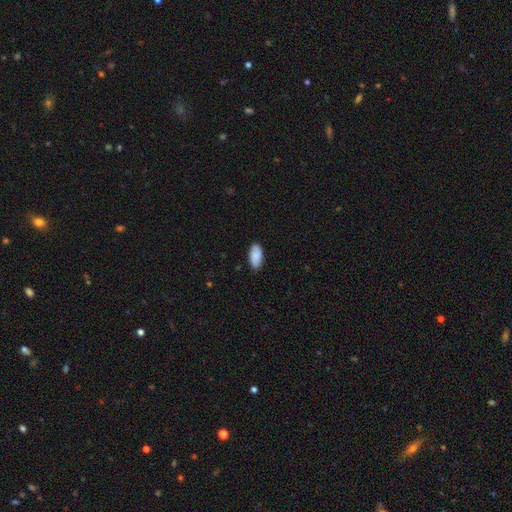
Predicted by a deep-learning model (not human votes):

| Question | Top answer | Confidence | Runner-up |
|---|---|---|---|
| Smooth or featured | smooth | 87% | featured or disk (7%) |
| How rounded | in between | 93% | cigar-shaped (5%) |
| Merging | none | 86% | minor disturbance (11%) |